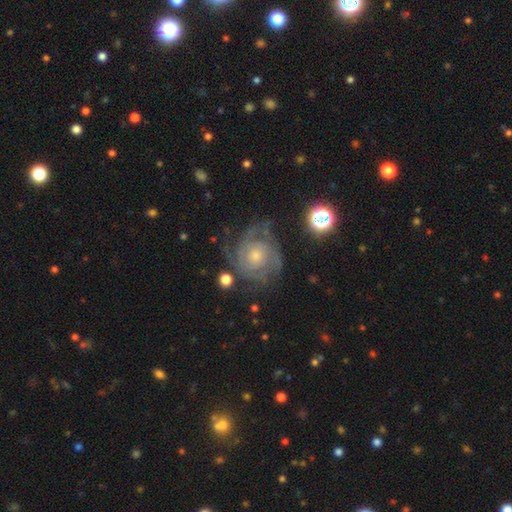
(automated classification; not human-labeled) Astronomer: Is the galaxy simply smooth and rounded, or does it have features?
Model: featured or disk — 87%.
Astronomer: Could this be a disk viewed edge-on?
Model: no — 98%.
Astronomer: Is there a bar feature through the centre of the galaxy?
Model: no — 78%.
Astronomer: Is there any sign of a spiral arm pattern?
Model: yes — 96%.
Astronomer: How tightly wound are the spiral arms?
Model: tight — 69%.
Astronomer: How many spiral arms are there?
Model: can't tell — 27% (runner-up: 3, 26%).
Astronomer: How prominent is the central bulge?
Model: small — 53% (runner-up: moderate, 40%).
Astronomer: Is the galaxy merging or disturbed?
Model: none — 68%.